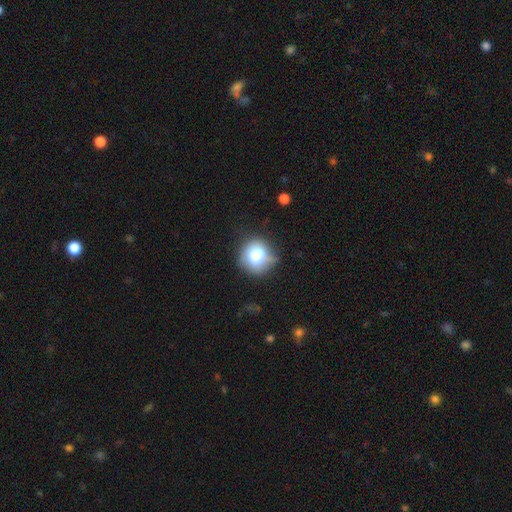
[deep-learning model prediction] smooth-or-featured: smooth: 74% | featured or disk: 16% | star or artifact: 10%
  how-rounded: round: 88% | in between: 11% | cigar-shaped: 1%
  merging: none: 62% | minor disturbance: 27% | major disturbance: 8% | merger: 3%